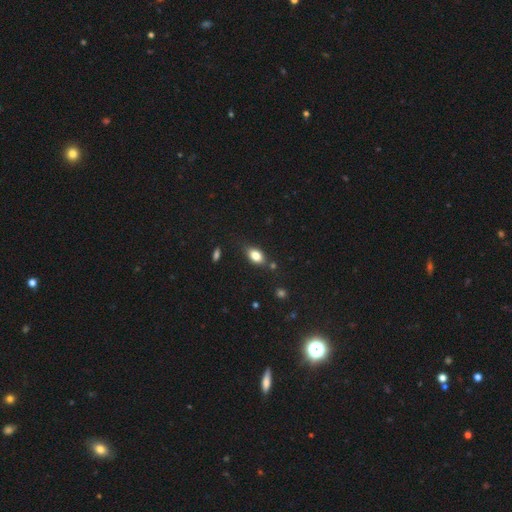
Overall: smooth (82%). How rounded: in between (85%). Merging: none (74%).